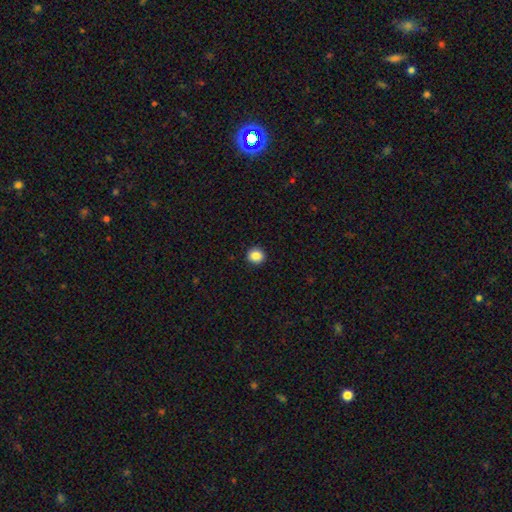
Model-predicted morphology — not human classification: Smooth or featured: smooth — 87% (star or artifact — 9%)
How rounded: round — 89% (in between — 10%)
Merging: none — 93% (minor disturbance — 5%)